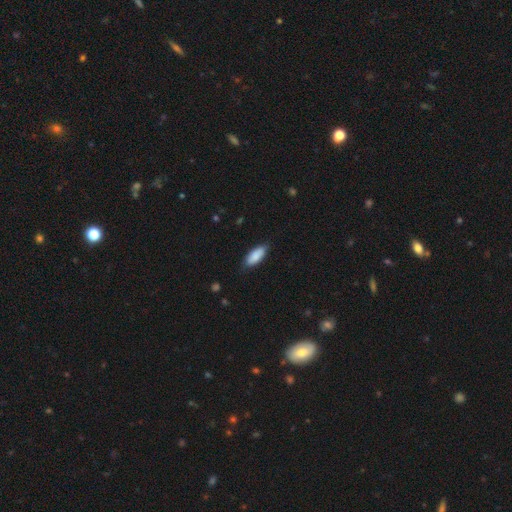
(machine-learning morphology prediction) Overall: smooth (88%). How rounded: in between (79%). Merging: none (81%).